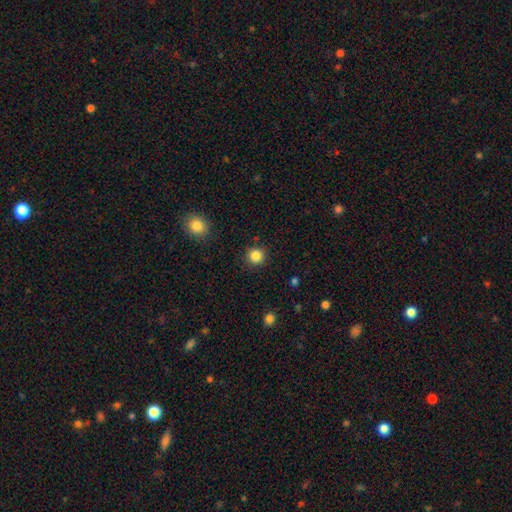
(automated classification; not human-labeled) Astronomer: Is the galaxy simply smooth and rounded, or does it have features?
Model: smooth — 85%.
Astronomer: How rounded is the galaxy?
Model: round — 93%.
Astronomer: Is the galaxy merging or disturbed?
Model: none — 90%.